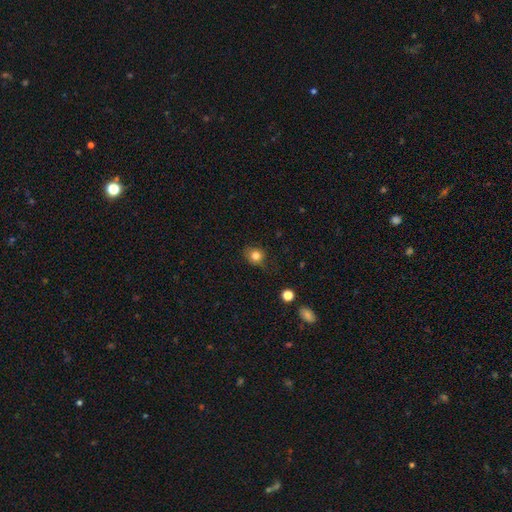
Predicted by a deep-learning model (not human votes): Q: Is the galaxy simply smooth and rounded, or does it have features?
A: smooth — 80%.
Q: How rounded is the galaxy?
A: round — 75%.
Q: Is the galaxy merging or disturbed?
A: none — 72%.